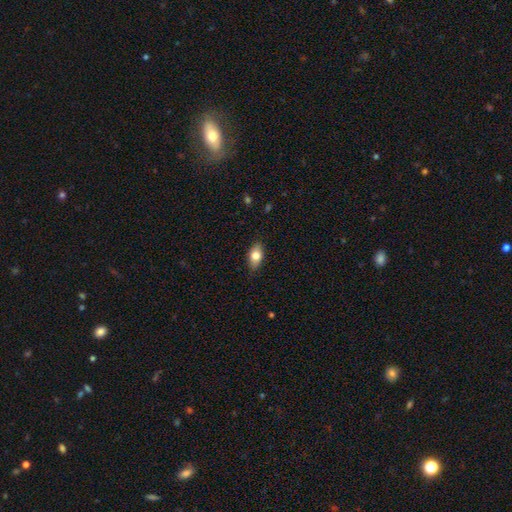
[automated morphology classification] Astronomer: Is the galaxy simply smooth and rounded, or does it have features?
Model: smooth — 76%.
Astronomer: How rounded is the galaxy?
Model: in between — 88%.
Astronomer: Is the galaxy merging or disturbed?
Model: none — 86%.